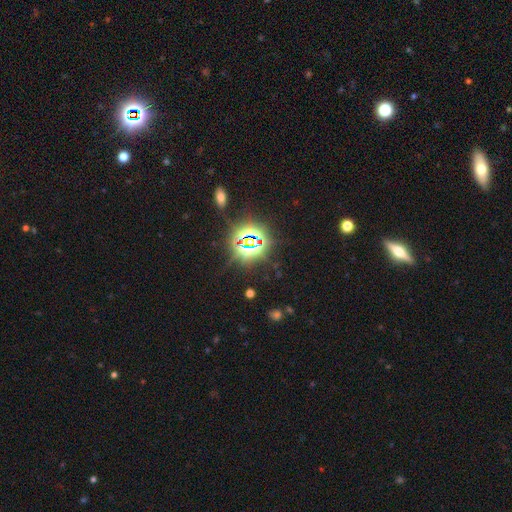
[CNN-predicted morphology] smooth-or-featured: star or artifact: 80% | smooth: 12% | featured or disk: 8%